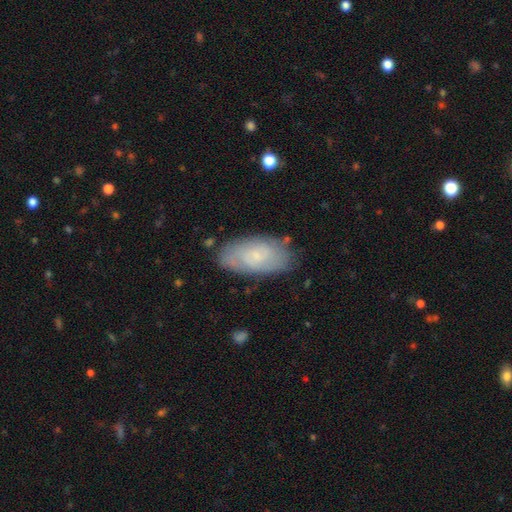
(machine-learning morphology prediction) Q: Smooth or featured?
A: smooth (52%); runner-up: featured or disk (40%)
Q: How rounded?
A: in between (91%); runner-up: cigar-shaped (6%)
Q: Merging?
A: none (78%); runner-up: minor disturbance (17%)